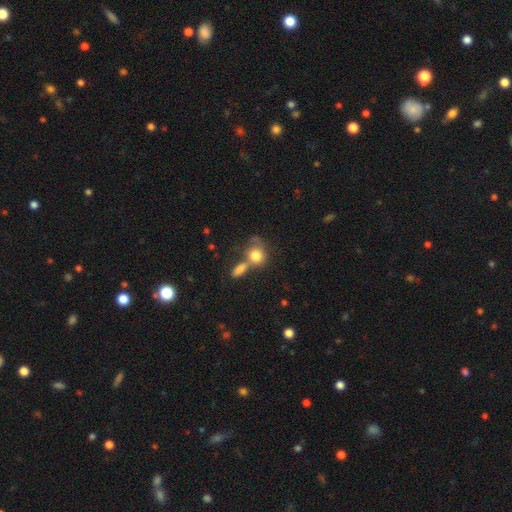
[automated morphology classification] Smooth or featured: smooth — 78% (featured or disk — 13%)
How rounded: round — 63% (in between — 35%)
Merging: merger — 46% (none — 32%)